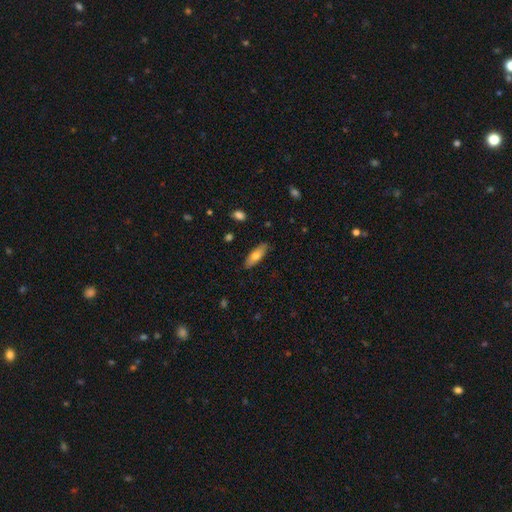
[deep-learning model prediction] A smooth galaxy with no disk features (69%) that is in between round and cigar-shaped (57%). Merging: none (85%).